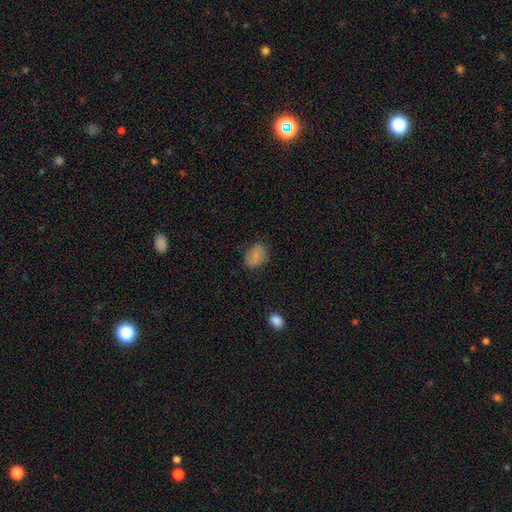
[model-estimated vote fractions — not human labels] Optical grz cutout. It shows a smooth galaxy with no disk features (72%) that is in between round and cigar-shaped (61%). Merging: none (76%).